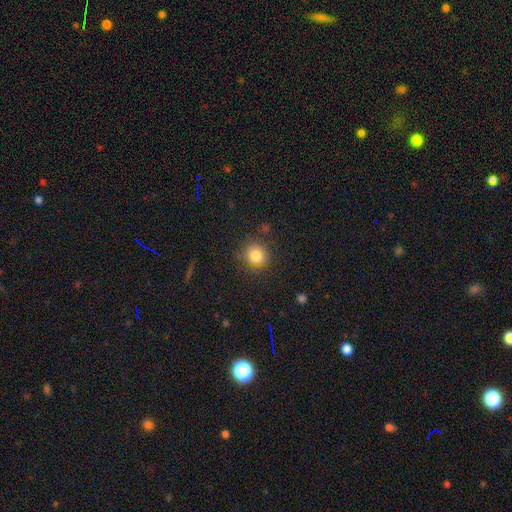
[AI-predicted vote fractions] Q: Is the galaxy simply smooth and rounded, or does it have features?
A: smooth — 82%.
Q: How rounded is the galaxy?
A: round — 86%.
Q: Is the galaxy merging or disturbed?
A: none — 83%.